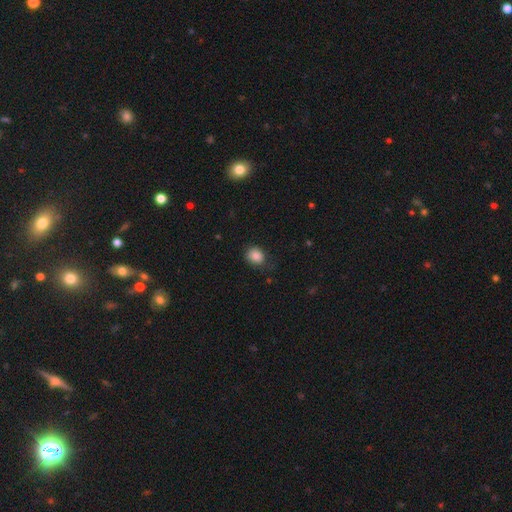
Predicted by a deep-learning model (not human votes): This is clearly a smooth galaxy (85%). How rounded: likely round (65%). Merging: likely none (78%).